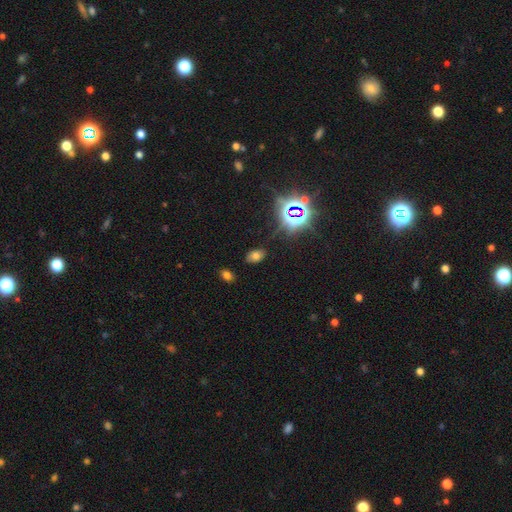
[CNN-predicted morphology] Smooth or featured? smooth (58%)
How rounded? in between (88%)
Merging? none (81%)